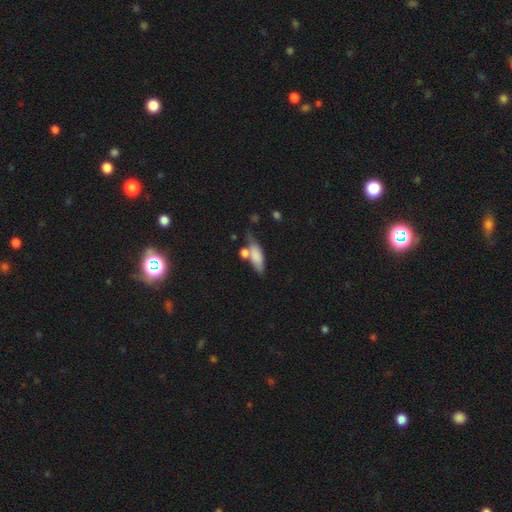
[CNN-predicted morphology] Overall: smooth (73%). How rounded: in between (64%; cigar-shaped 32%). Merging: none (42%; merger 25%).